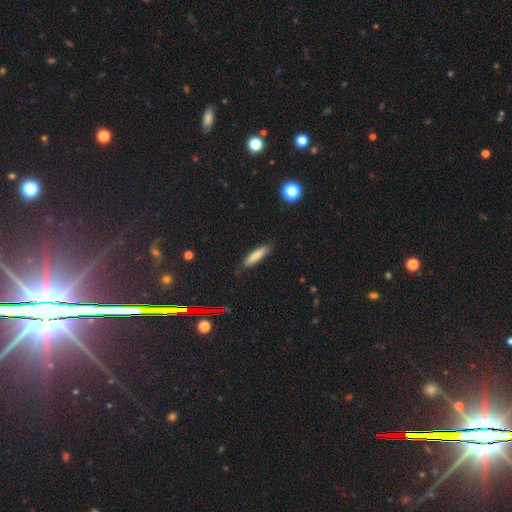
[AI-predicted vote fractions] Smooth or featured? smooth (78%)
How rounded? cigar-shaped (75%)
Merging? none (84%)